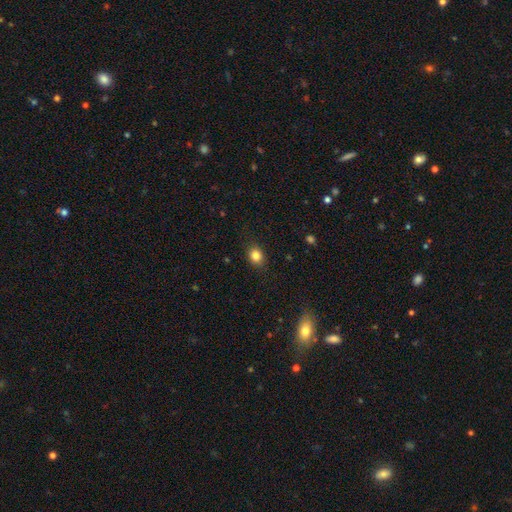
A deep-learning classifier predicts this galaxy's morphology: Q: Smooth or featured?
A: smooth (84%); runner-up: star or artifact (11%)
Q: How rounded?
A: round (58%); runner-up: in between (42%)
Q: Merging?
A: none (87%); runner-up: minor disturbance (10%)